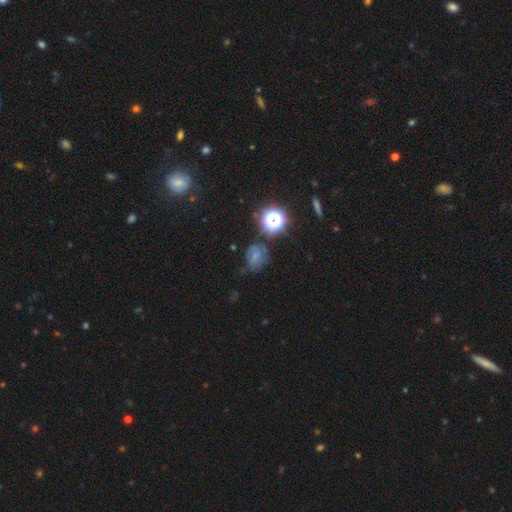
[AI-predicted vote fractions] The model was most divided on "smooth or featured": smooth: 50%, star or artifact: 26%, featured or disk: 24%. More confident: how rounded — round (65%); merging — none (54%).